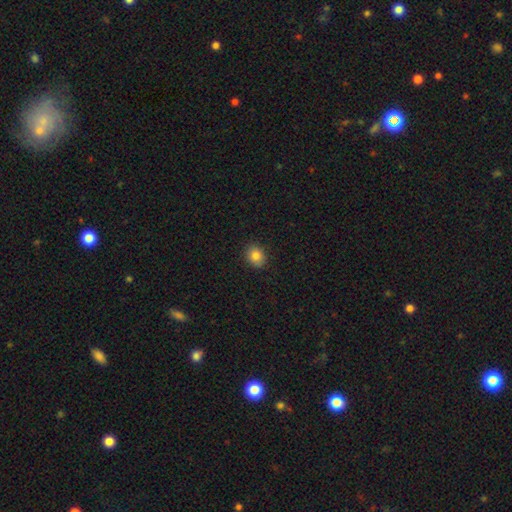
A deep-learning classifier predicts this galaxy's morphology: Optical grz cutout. It shows a smooth galaxy with no disk features (83%) that is round (60%). Merging: none (89%).